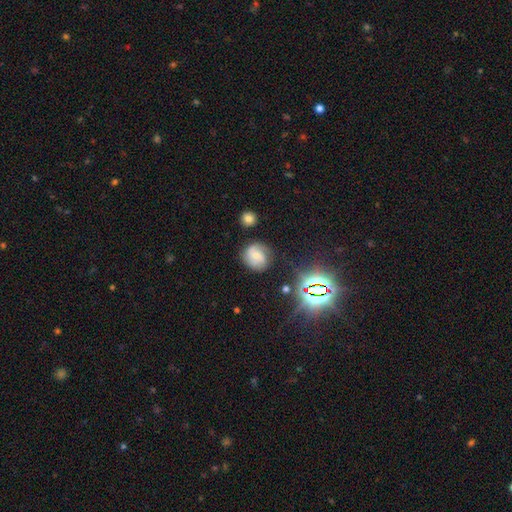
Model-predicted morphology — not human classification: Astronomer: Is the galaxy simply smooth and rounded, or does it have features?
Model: featured or disk — 50% (runner-up: smooth, 38%).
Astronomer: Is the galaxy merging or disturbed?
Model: none — 72%.